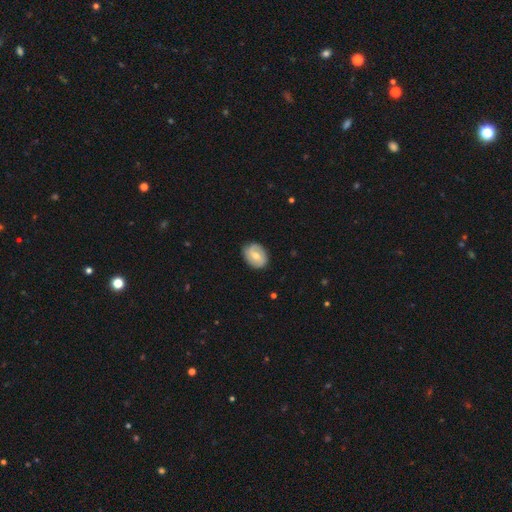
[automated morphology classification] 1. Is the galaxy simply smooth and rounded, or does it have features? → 48% featured or disk, 45% smooth, 7% star or artifact.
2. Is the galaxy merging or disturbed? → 81% none, 15% minor disturbance, 3% major disturbance, 1% merger.